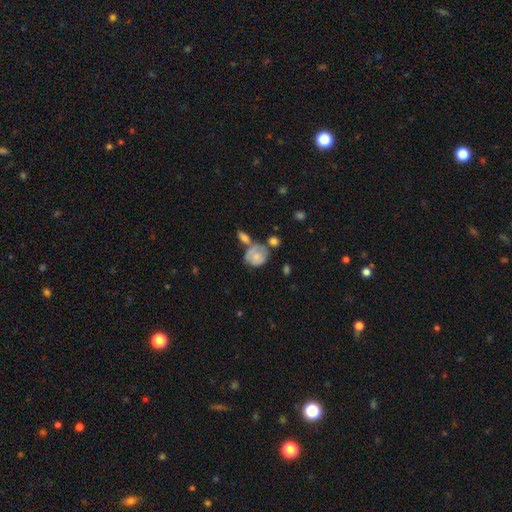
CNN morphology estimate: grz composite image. It shows a smooth galaxy with no disk features (65%) that is round (63%). Merging: none (36%).